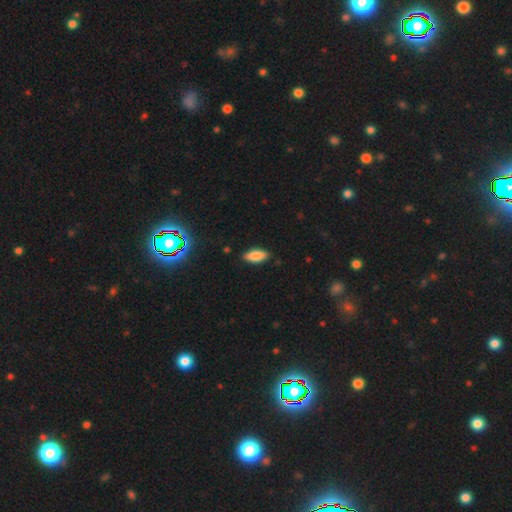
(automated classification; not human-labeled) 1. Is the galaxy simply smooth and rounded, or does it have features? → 82% smooth, 10% featured or disk, 7% star or artifact.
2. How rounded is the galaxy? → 81% in between, 17% cigar-shaped, 2% round.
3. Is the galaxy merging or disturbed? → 87% none, 10% minor disturbance, 2% major disturbance, 1% merger.